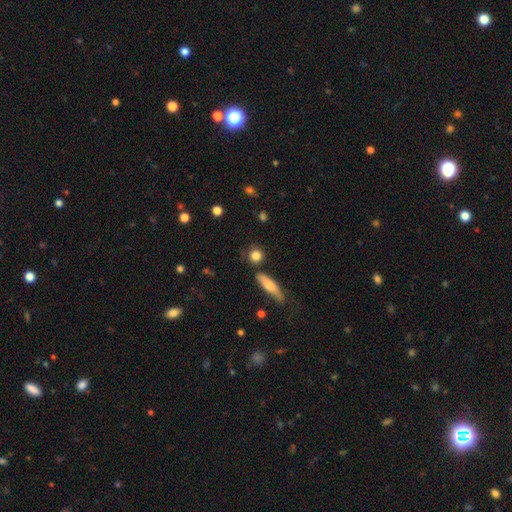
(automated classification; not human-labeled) Q: Smooth or featured?
A: smooth (83%); runner-up: star or artifact (9%)
Q: How rounded?
A: round (80%); runner-up: in between (14%)
Q: Merging?
A: none (75%); runner-up: minor disturbance (14%)